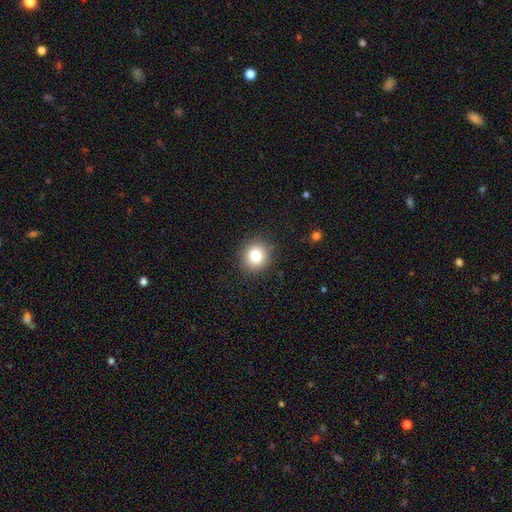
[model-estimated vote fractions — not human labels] The model was most divided on "smooth or featured": smooth: 81%, star or artifact: 11%, featured or disk: 8%. More confident: merging — none (89%); how rounded — round (85%).